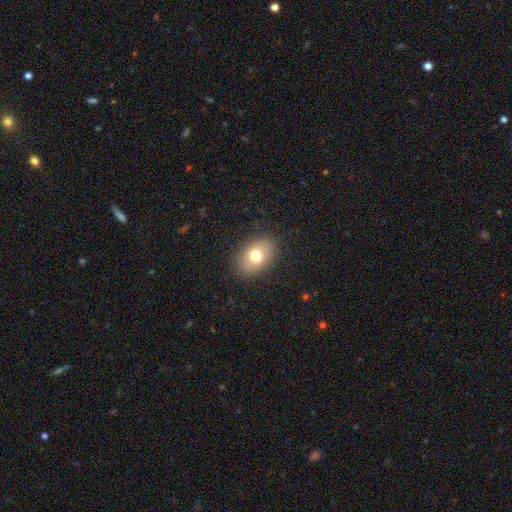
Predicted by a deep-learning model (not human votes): A smooth galaxy with no disk features (74%) that is in between round and cigar-shaped (77%). Merging: none (86%).